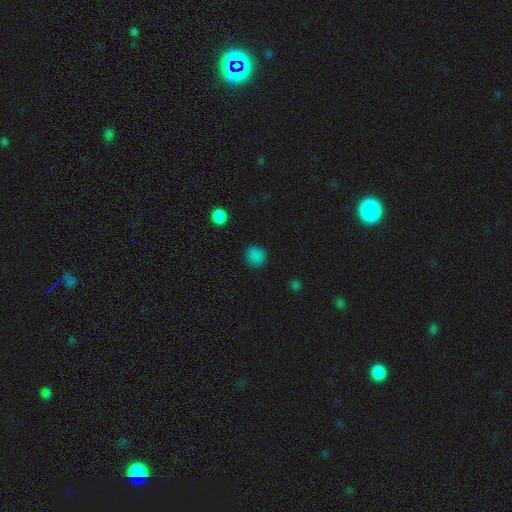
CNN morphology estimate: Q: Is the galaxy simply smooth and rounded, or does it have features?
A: smooth — 84%.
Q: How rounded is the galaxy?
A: round — 87%.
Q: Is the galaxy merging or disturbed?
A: none — 89%.